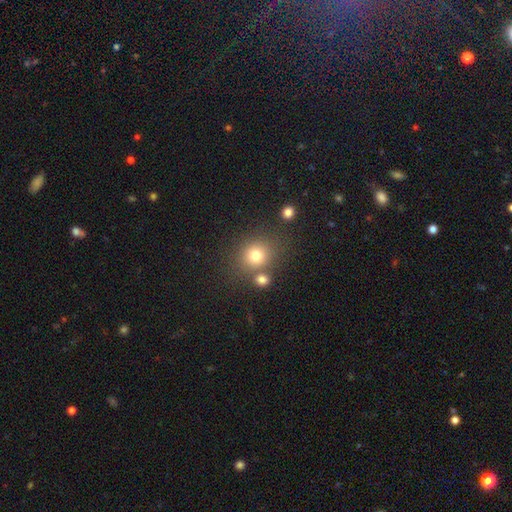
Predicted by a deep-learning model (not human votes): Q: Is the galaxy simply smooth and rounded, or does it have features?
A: smooth — 76%.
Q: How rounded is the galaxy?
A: round — 79%.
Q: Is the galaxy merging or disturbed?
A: none — 68%.